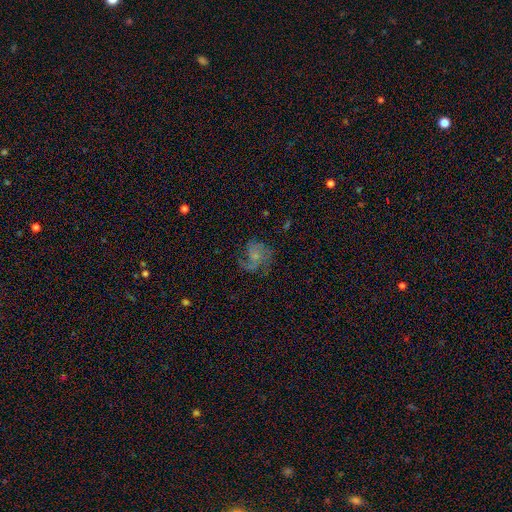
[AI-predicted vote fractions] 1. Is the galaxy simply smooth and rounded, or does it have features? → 65% featured or disk, 24% smooth, 11% star or artifact.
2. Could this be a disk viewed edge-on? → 98% no, 2% yes.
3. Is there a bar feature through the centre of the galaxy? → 75% no, 22% weak, 3% strong.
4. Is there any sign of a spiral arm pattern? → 87% yes, 13% no.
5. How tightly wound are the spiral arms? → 44% medium, 37% loose, 20% tight.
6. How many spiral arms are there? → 28% 2, 22% 3, 21% 1, 19% can't tell, 5% 4, 4% more than 4.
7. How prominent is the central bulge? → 63% small, 19% moderate, 15% none, 2% large, 1% dominant.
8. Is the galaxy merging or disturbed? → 54% none, 24% major disturbance, 20% minor disturbance, 2% merger.